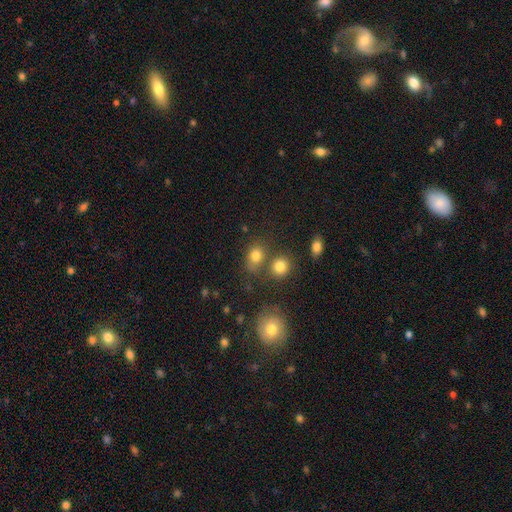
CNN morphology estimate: This is likely a smooth galaxy (78%). How rounded: possibly round (56%). Merging: possibly none (57%).